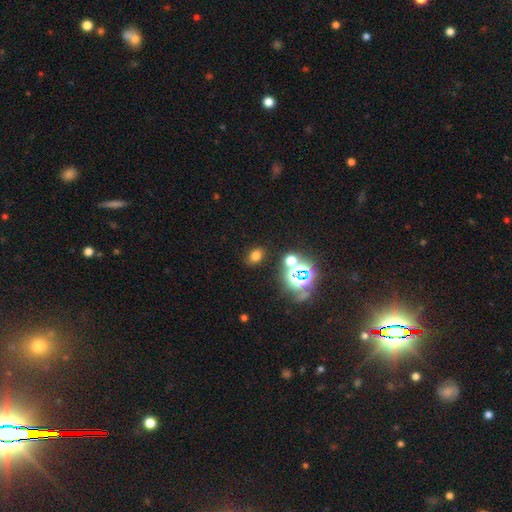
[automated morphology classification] Smooth or featured?
  - smooth: 66% *
  - star or artifact: 26%
  - featured or disk: 7%
How rounded?
  - in between: 65% *
  - round: 34%
  - cigar-shaped: 1%
Merging?
  - none: 83% *
  - minor disturbance: 9%
  - merger: 5%
  - major disturbance: 3%